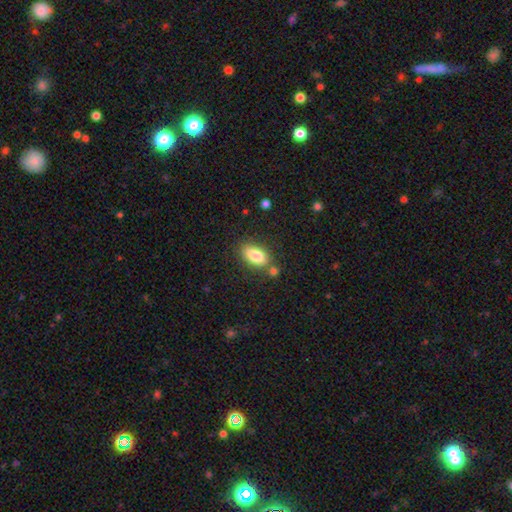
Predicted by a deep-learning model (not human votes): This appears to be a smooth galaxy with no disk features (84%) that is in between round and cigar-shaped (90%). Merging: none (72%).